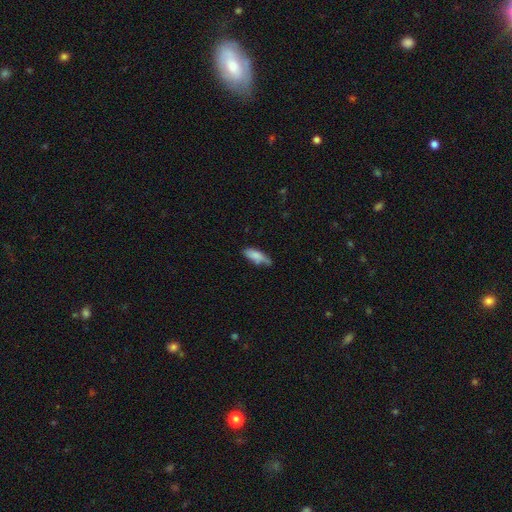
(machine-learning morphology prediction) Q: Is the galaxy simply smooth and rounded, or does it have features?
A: smooth — 79%.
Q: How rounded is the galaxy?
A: in between — 69%.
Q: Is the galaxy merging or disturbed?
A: none — 47%.